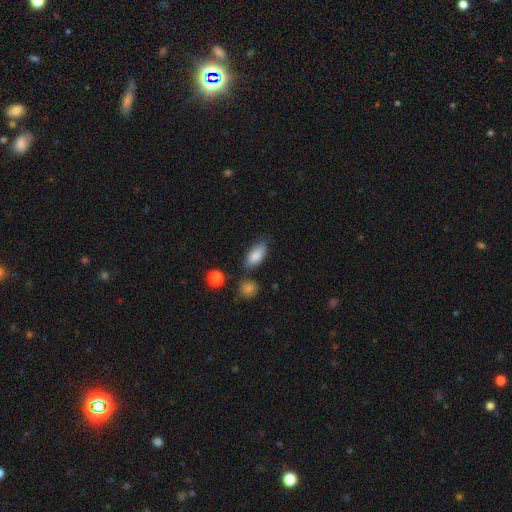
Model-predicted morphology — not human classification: This appears to be a smooth galaxy with no disk features (85%) that is in between round and cigar-shaped (88%). Merging: none (73%).